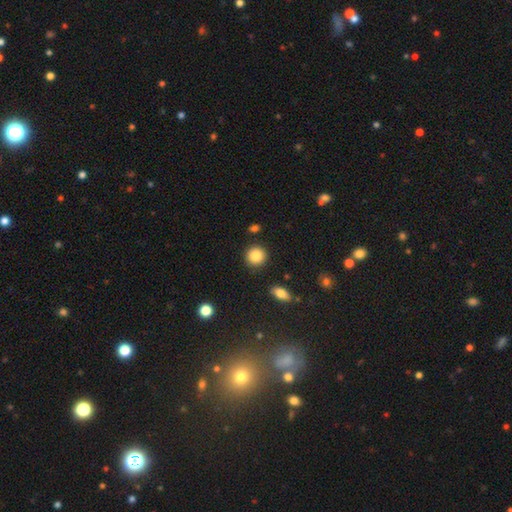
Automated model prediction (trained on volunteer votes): This appears to be a smooth galaxy with no disk features (86%) that is round (91%). Merging: none (89%).